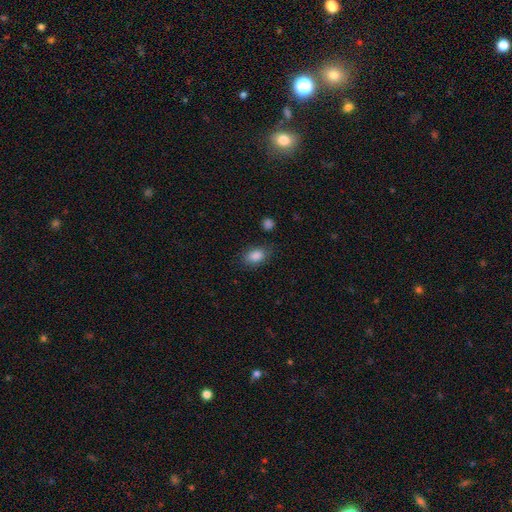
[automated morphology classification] Overall: smooth (86%). How rounded: in between (86%). Merging: none (78%).